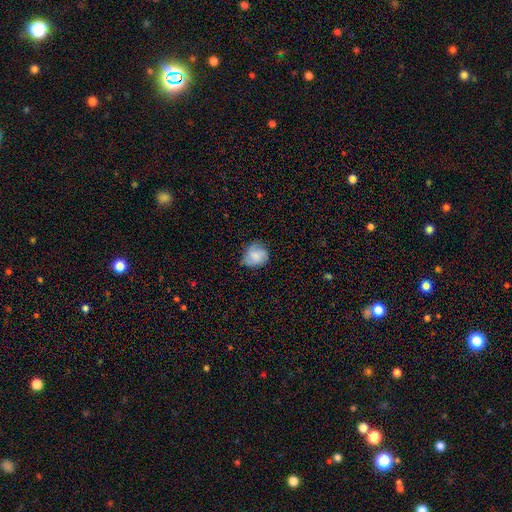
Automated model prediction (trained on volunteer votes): Overall: smooth (74%). How rounded: round (69%; in between 30%). Merging: none (61%; minor disturbance 30%).